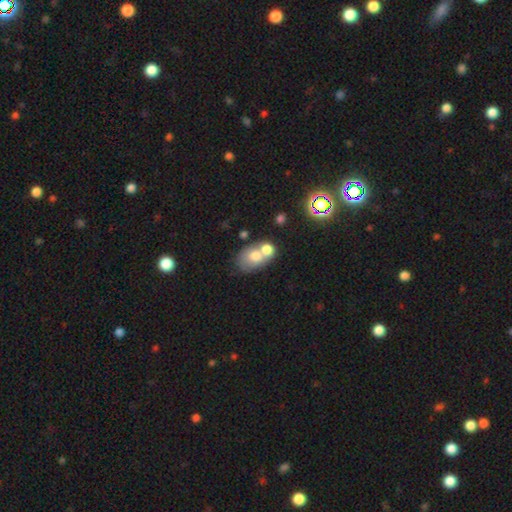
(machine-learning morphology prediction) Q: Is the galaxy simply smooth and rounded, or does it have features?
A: smooth — 68%.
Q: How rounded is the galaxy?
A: in between — 69%.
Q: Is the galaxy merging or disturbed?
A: merger — 59%.